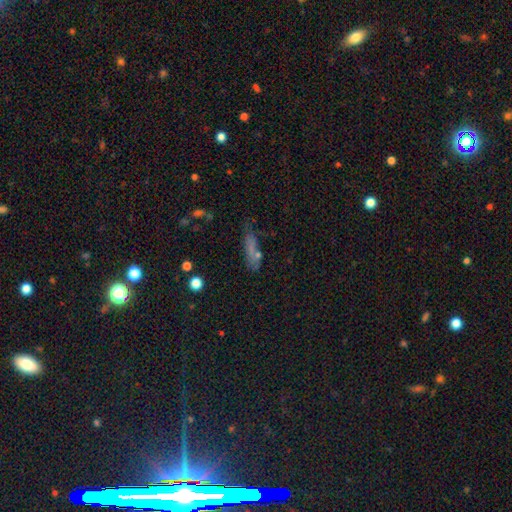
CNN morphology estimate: The model was most divided on "how rounded": cigar-shaped: 58%, in between: 37%, round: 5%. More confident: smooth or featured — smooth (62%); merging — none (57%).